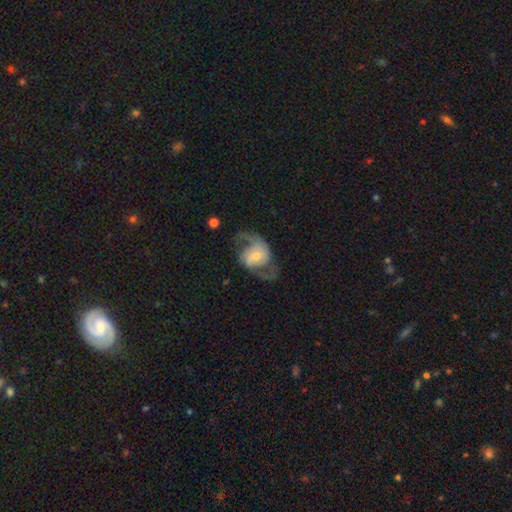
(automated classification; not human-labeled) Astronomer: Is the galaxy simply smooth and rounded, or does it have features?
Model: featured or disk — 80%.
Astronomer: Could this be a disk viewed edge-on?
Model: no — 97%.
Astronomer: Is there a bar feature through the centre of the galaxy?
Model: no — 50% (runner-up: weak, 38%).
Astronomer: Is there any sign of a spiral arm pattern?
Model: yes — 93%.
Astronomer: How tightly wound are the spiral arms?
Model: loose — 46% (runner-up: medium, 43%).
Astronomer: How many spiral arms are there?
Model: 2 — 90%.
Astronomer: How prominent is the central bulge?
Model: small — 50% (runner-up: moderate, 37%).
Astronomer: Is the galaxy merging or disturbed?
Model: none — 59%.